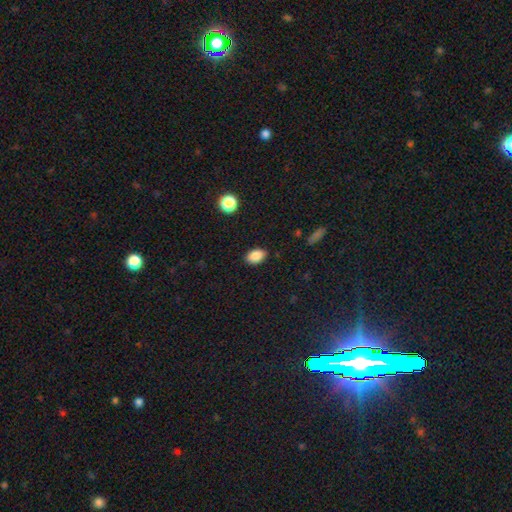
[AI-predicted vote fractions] smooth-or-featured: smooth: 87% | star or artifact: 9% | featured or disk: 4%
  how-rounded: in between: 86% | round: 13% | cigar-shaped: 1%
  merging: none: 87% | minor disturbance: 10% | major disturbance: 2% | merger: 1%